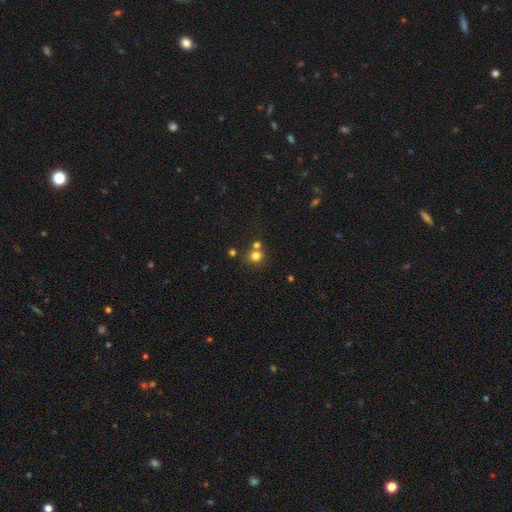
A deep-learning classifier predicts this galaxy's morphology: A smooth galaxy with no disk features (77%) that is round (89%).

Vote fractions:
- Smooth or featured? smooth: 77% / star or artifact: 15% / featured or disk: 8%
- How rounded? round: 89% / in between: 10% / cigar-shaped: 1%
- Merging? none: 62% / merger: 28% / minor disturbance: 7% / major disturbance: 3%